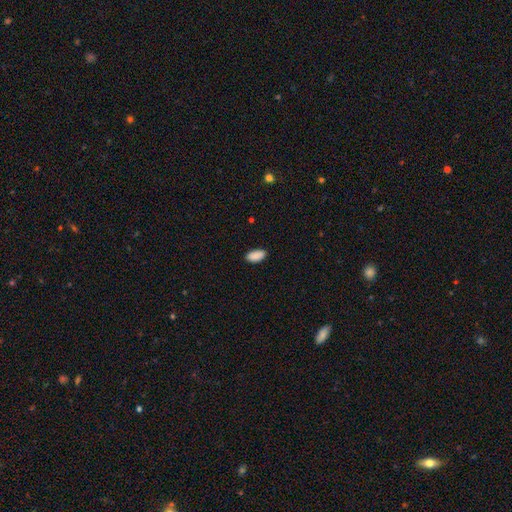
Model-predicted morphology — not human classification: The model was most divided on "merging": none: 87%, minor disturbance: 10%, major disturbance: 2%, merger: 1%. More confident: how rounded — in between (93%); smooth or featured — smooth (90%).